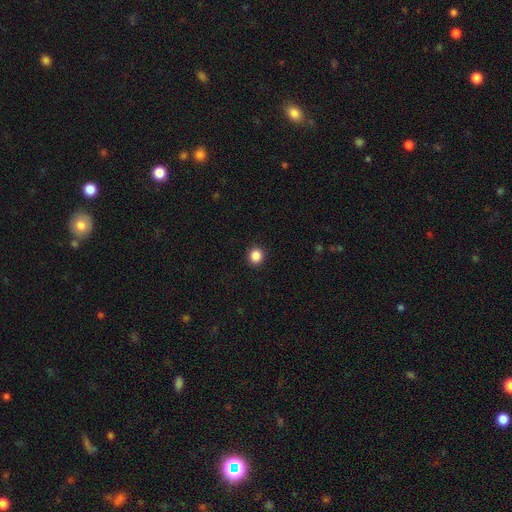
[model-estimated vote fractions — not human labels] Overall: smooth (87%). How rounded: round (88%). Merging: none (92%).